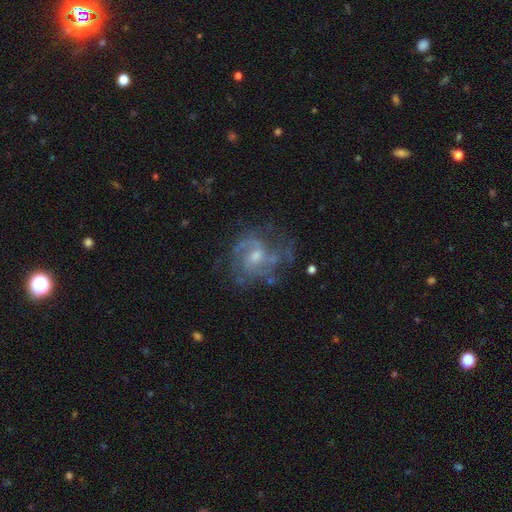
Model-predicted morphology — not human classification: The model was most divided on "bulge size": moderate: 47%, small: 45%, none: 5%, large: 3%, dominant: 1%. Remaining: edge-on disk — no (98%); spiral arms — yes (87%); smooth or featured — featured or disk (80%); merging — none (57%); bar — no (56%); spiral winding — medium (48%); spiral arm count — 2 (46%).